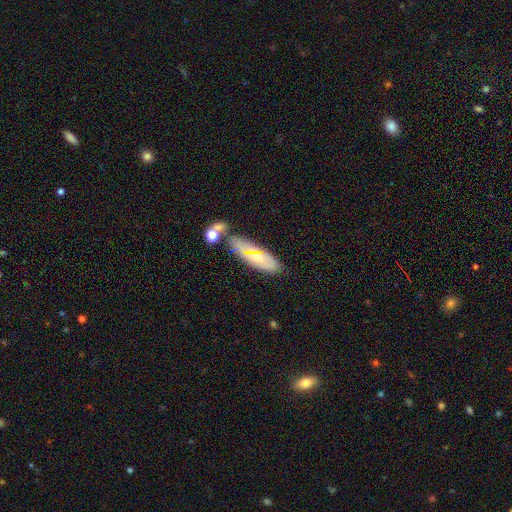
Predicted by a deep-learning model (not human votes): Q: Smooth or featured?
A: featured or disk (47%); runner-up: smooth (41%)
Q: Merging?
A: none (64%); runner-up: minor disturbance (18%)